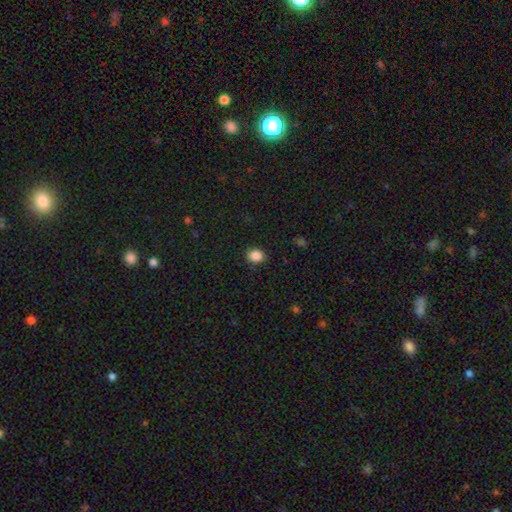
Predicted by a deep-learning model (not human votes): This appears to be a smooth galaxy with no disk features (87%) that is round (52%). Merging: none (87%).